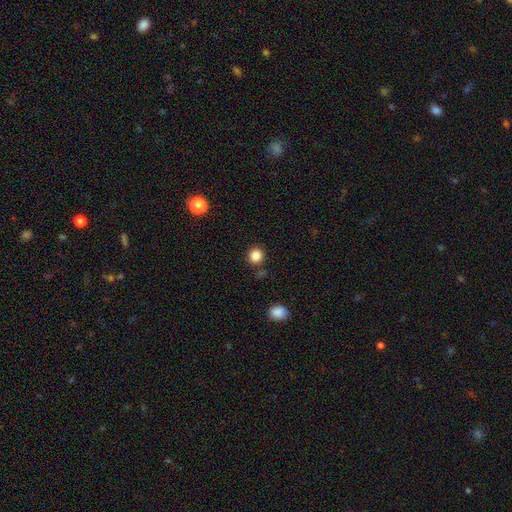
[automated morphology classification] smooth-or-featured: smooth: 86% | star or artifact: 11% | featured or disk: 3%
  how-rounded: round: 91% | in between: 8% | cigar-shaped: 1%
  merging: none: 86% | minor disturbance: 8% | merger: 4% | major disturbance: 3%